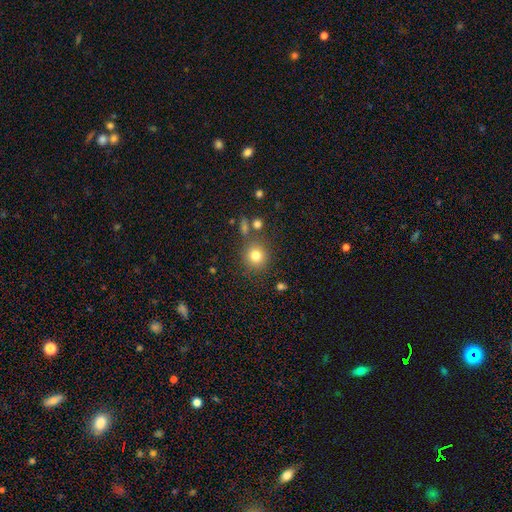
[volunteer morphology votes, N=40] A smooth galaxy with no disk features (82%) that is round (94%). Merging: none (78%).